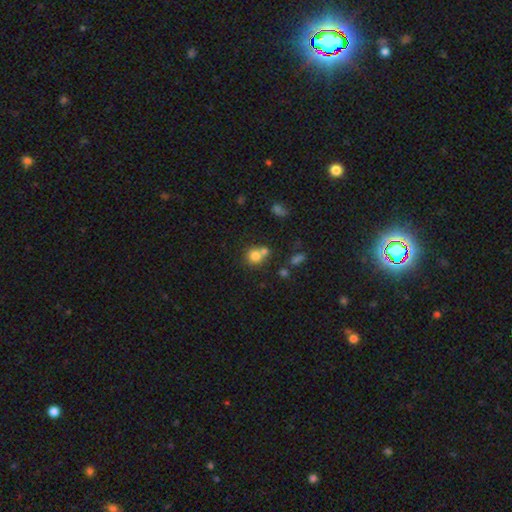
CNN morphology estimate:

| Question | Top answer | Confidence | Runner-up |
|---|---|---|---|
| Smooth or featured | smooth | 77% | star or artifact (12%) |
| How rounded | round | 83% | in between (16%) |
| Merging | none | 47% | merger (41%) |